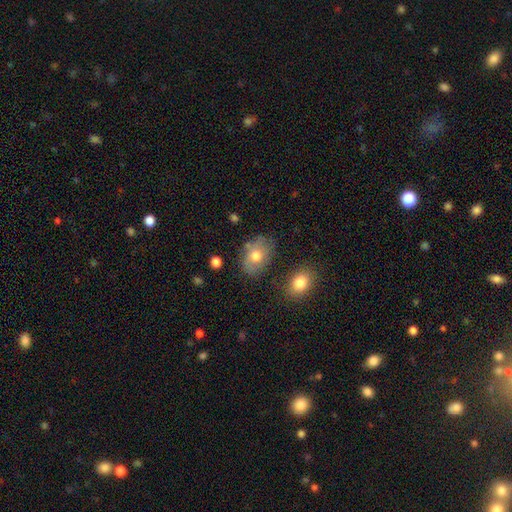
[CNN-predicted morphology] This appears to be a smooth galaxy with no disk features (69%) that is in between round and cigar-shaped (81%). Merging: none (71%).